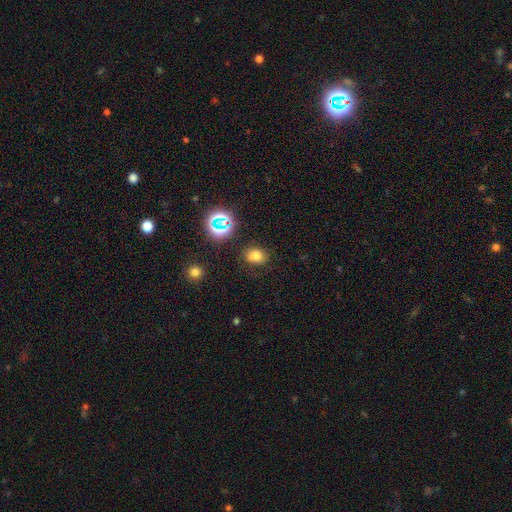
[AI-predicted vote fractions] Smooth or featured? Predicted: smooth (p=0.69). How rounded? Predicted: in between (p=0.54). Merging? Predicted: none (p=0.74).